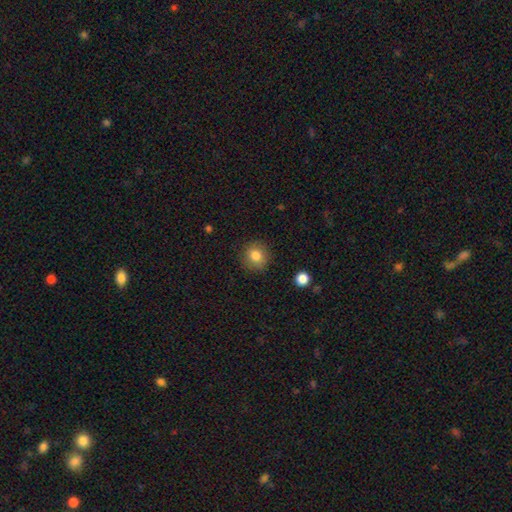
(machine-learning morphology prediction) The model was most divided on "how rounded": round: 85%, in between: 14%, cigar-shaped: 1%. More confident: merging — none (87%); smooth or featured — smooth (82%).